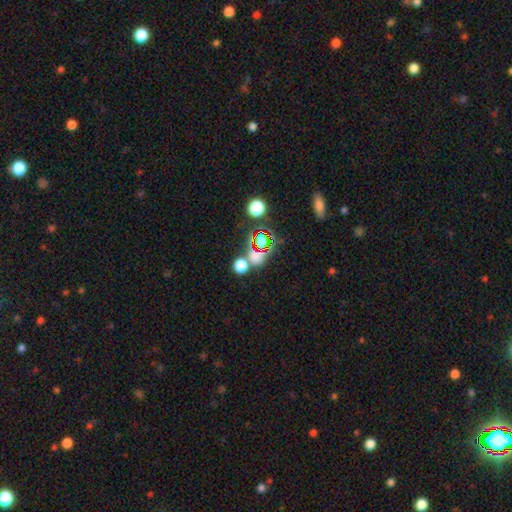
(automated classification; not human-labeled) smooth_or_featured: smooth (p=0.49) [alt: star or artifact p=0.43]
merging: none (p=0.60) [alt: merger p=0.25]